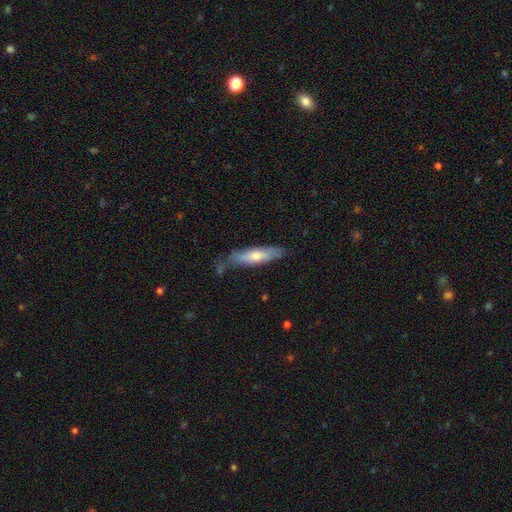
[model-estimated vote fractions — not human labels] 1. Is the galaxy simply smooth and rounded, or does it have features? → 58% smooth, 36% featured or disk, 6% star or artifact.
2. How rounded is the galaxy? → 74% cigar-shaped, 24% in between, 2% round.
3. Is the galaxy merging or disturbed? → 70% none, 22% minor disturbance, 5% major disturbance, 4% merger.